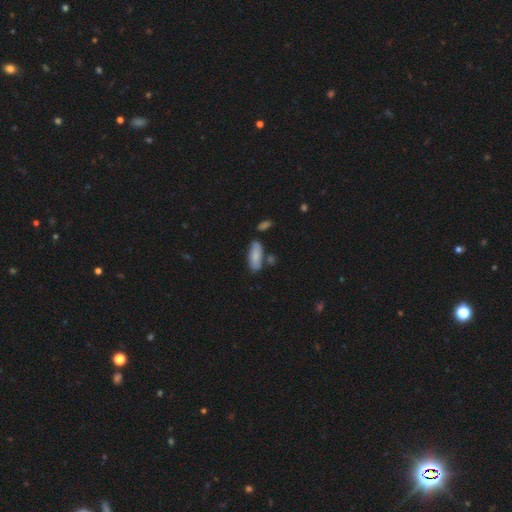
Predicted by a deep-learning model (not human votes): A smooth galaxy with no disk features (79%) that is in between round and cigar-shaped (71%).

Vote fractions:
- Smooth or featured? smooth: 79% / featured or disk: 15% / star or artifact: 6%
- How rounded? in between: 71% / cigar-shaped: 27% / round: 2%
- Merging? none: 70% / minor disturbance: 17% / merger: 9% / major disturbance: 4%